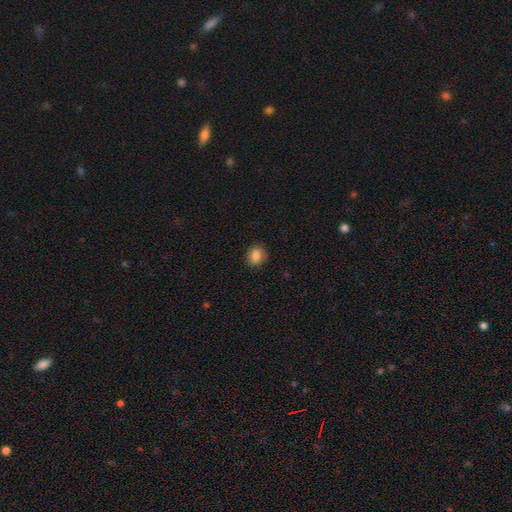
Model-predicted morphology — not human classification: Smooth or featured?
  - smooth: 86% *
  - star or artifact: 9%
  - featured or disk: 5%
How rounded?
  - round: 50% *
  - in between: 49%
  - cigar-shaped: 1%
Merging?
  - none: 83% *
  - minor disturbance: 13%
  - major disturbance: 3%
  - merger: 1%